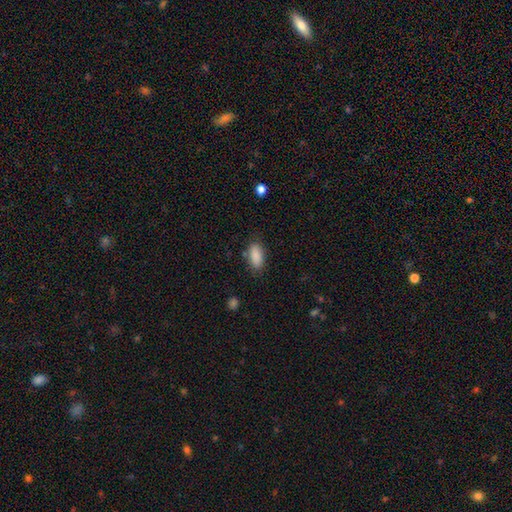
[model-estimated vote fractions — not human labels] Q: Smooth or featured?
A: smooth (88%); runner-up: star or artifact (7%)
Q: How rounded?
A: in between (89%); runner-up: cigar-shaped (8%)
Q: Merging?
A: none (79%); runner-up: minor disturbance (14%)